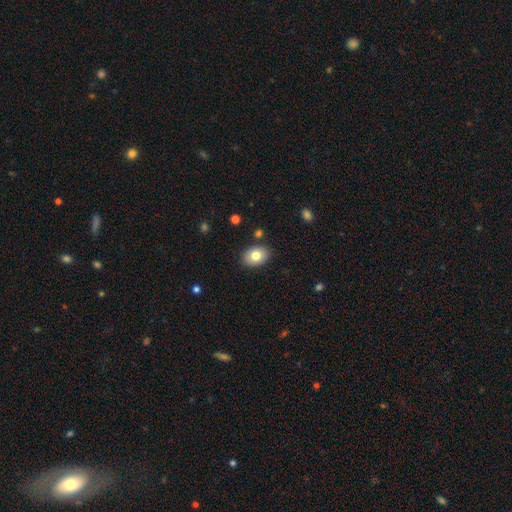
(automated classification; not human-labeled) smooth 79%, featured or disk 13%, star or artifact 8%. Down the decision tree: how rounded — in between (76%); merging — none (87%).